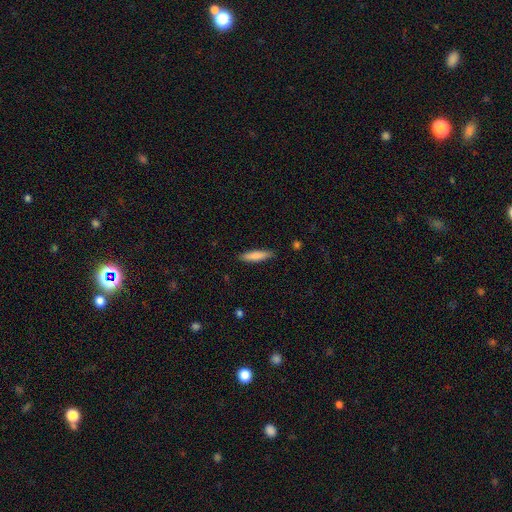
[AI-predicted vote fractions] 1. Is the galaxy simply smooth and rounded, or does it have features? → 82% smooth, 12% featured or disk, 6% star or artifact.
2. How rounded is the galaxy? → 80% cigar-shaped, 19% in between, 1% round.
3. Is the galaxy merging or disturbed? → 88% none, 9% minor disturbance, 2% major disturbance, 1% merger.